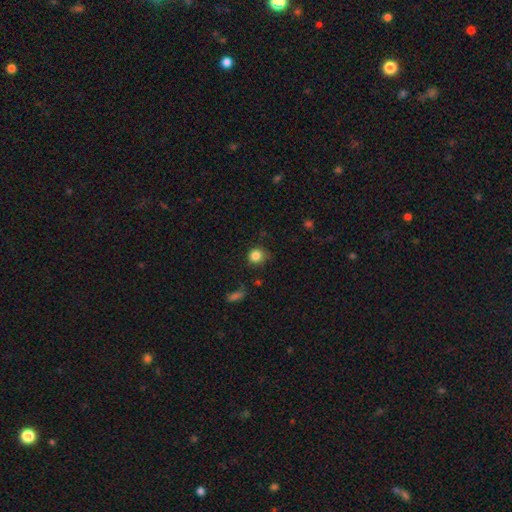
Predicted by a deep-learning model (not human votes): smooth-or-featured: smooth: 84% | star or artifact: 11% | featured or disk: 5%
  how-rounded: round: 87% | in between: 12% | cigar-shaped: 1%
  merging: none: 74% | minor disturbance: 19% | major disturbance: 5% | merger: 2%